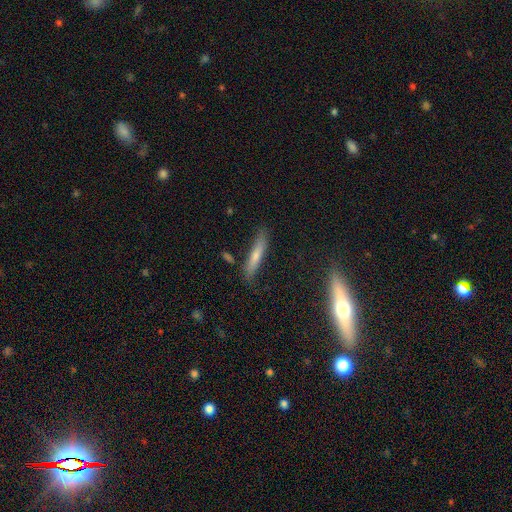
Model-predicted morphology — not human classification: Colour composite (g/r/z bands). It shows a smooth galaxy with no disk features (58%) that is cigar-shaped (90%). Merging: none (81%).